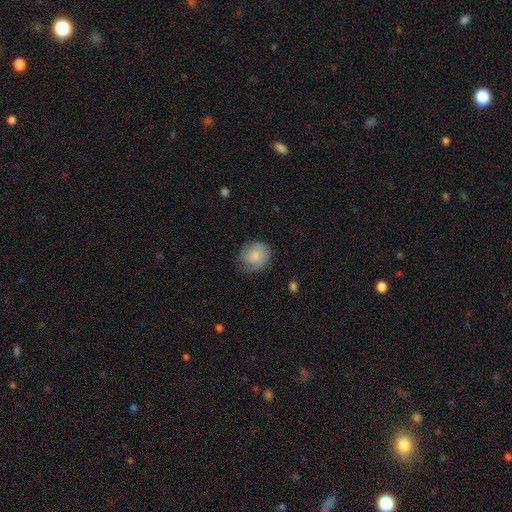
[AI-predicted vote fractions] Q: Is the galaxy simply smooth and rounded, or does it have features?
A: smooth — 79%.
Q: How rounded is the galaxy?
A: round — 78%.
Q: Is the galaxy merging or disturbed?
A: none — 64%.